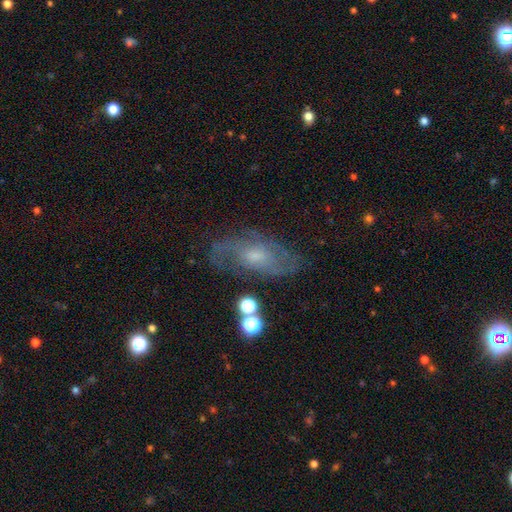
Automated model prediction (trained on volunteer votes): Smooth or featured? featured or disk (74%)
Edge-on disk? no (92%)
Bar? no (61%)
Spiral arms? yes (90%)
Spiral winding? medium (46%)
Spiral arm count? 2 (55%)
Bulge size? small (52%)
Merging? none (73%)